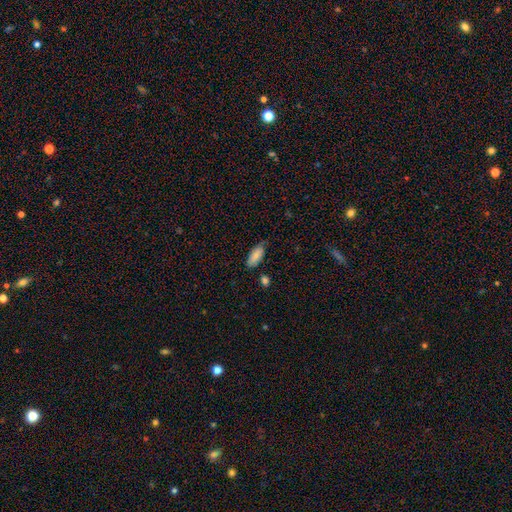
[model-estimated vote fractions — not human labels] Smooth or featured? Predicted: smooth (p=0.82). How rounded? Predicted: in between (p=0.90). Merging? Predicted: none (p=0.67).